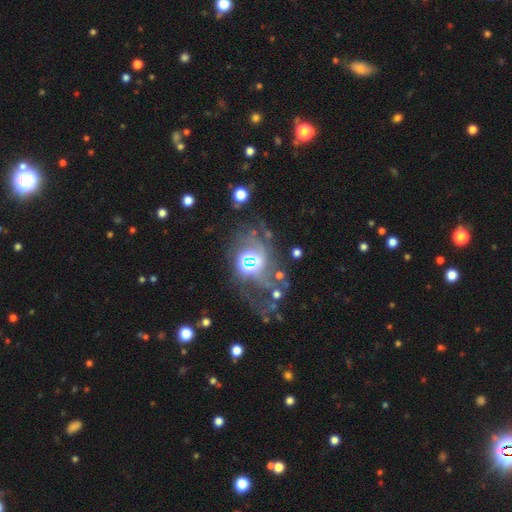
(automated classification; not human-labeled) Smooth or featured? featured or disk (55%)
Edge-on disk? no (94%)
Bar? no (70%)
Spiral arms? yes (56%)
Bulge size? moderate (43%)
Merging? none (43%)